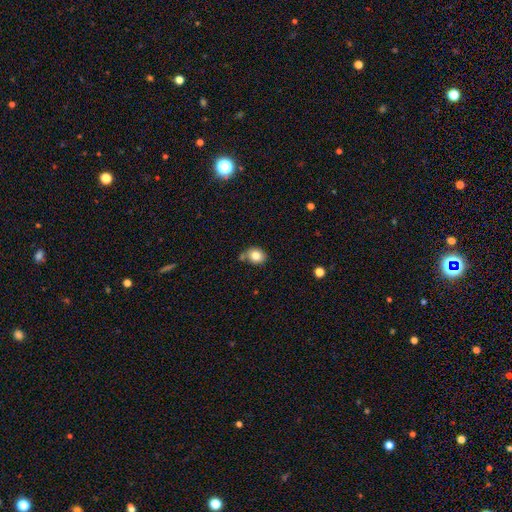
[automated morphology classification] A smooth galaxy with no disk features (81%) that is round (58%).

Vote fractions:
- Smooth or featured? smooth: 81% / star or artifact: 10% / featured or disk: 9%
- How rounded? round: 58% / in between: 41% / cigar-shaped: 1%
- Merging? none: 67% / minor disturbance: 16% / merger: 14% / major disturbance: 4%